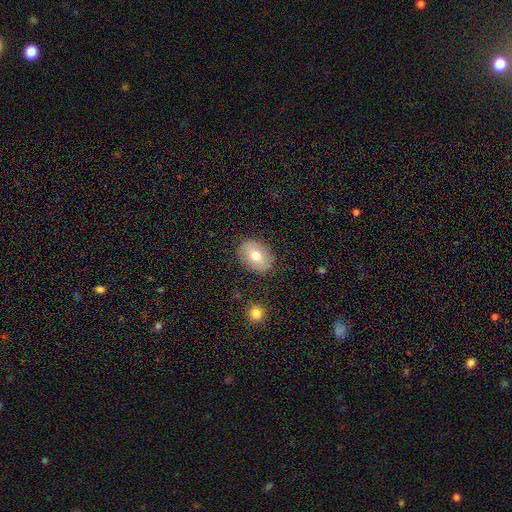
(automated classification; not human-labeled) smooth 69%, featured or disk 23%, star or artifact 7%. Down the decision tree: how rounded — in between (75%); merging — none (84%).